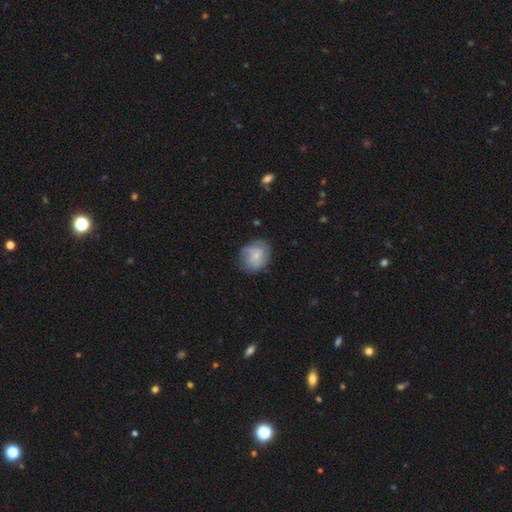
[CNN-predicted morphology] This appears to be a smooth galaxy with no disk features (60%) that is round (60%). Merging: none (63%).